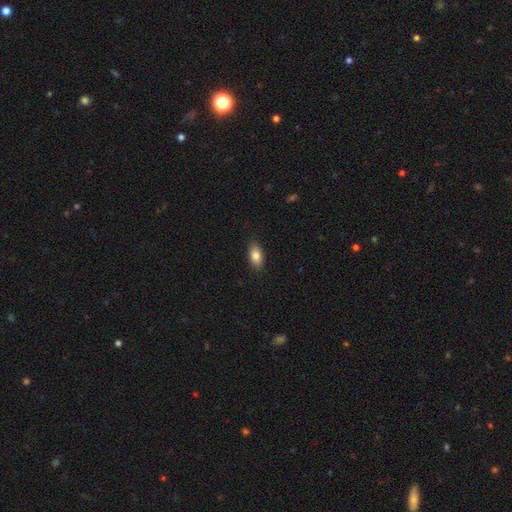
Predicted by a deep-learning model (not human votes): Smooth or featured? Predicted: smooth (p=0.83). How rounded? Predicted: in between (p=0.90). Merging? Predicted: none (p=0.86).